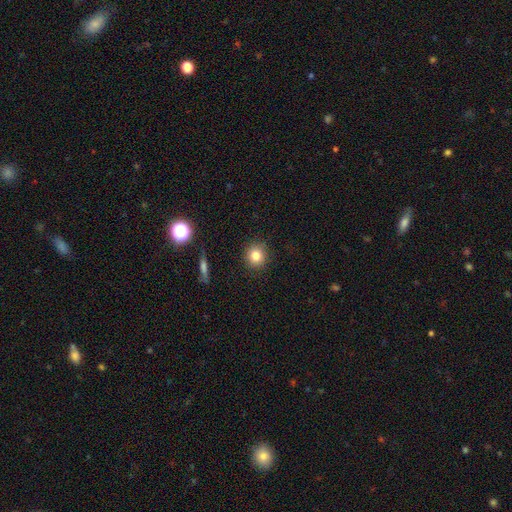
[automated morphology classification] Smooth or featured?
  - smooth: 82% *
  - star or artifact: 11%
  - featured or disk: 7%
How rounded?
  - round: 88% *
  - in between: 11%
  - cigar-shaped: 1%
Merging?
  - none: 90% *
  - minor disturbance: 7%
  - major disturbance: 2%
  - merger: 1%